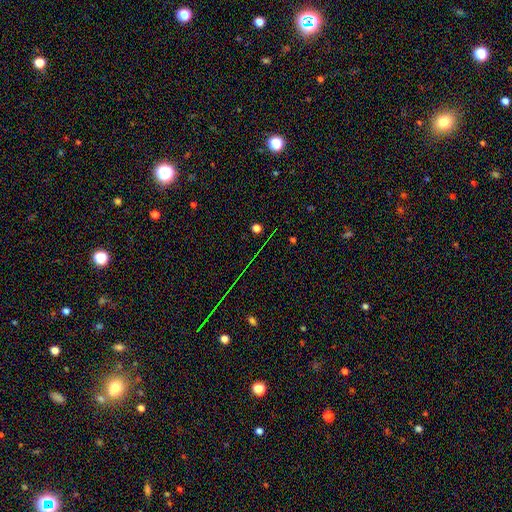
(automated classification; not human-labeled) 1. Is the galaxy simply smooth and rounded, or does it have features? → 76% star or artifact, 14% smooth, 11% featured or disk.